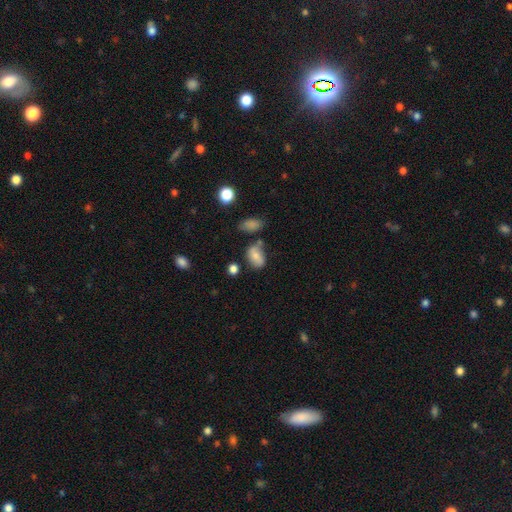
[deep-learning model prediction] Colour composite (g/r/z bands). It shows a smooth galaxy with no disk features (73%) that is in between round and cigar-shaped (82%). Merging: none (51%).